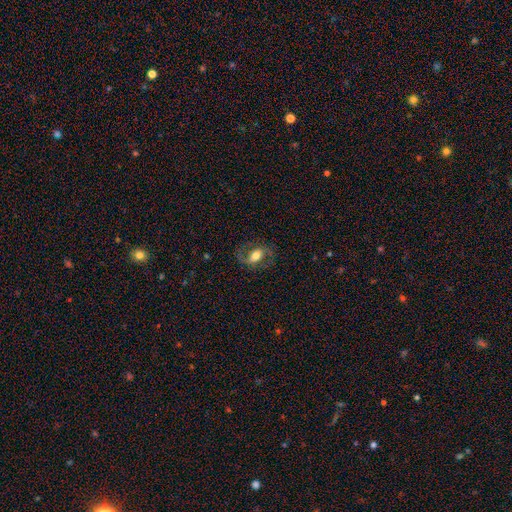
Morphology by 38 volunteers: Q: Smooth or featured?
A: smooth (50%); runner-up: featured or disk (45%)
Q: How rounded?
A: in between (68%); runner-up: round (32%)
Q: Merging?
A: none (72%); runner-up: major disturbance (17%)